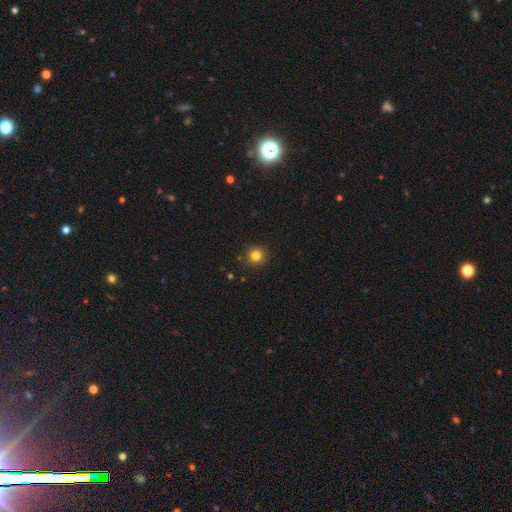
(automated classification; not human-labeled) Morphology: type=smooth (82%); roundness=round (93%); merging=none (91%).